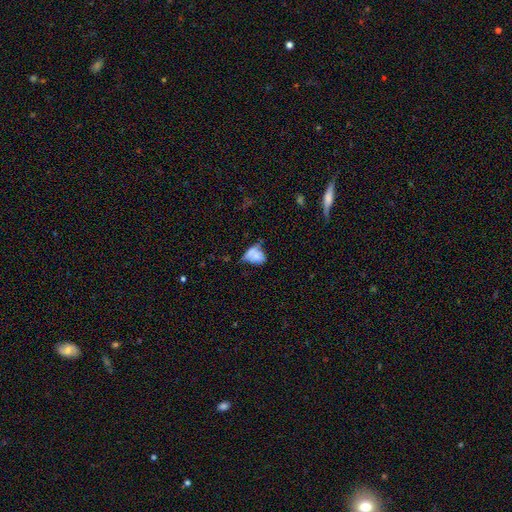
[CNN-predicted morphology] smooth_or_featured: smooth (p=0.67) [alt: featured or disk p=0.21]
how_rounded: in between (p=0.77) [alt: round p=0.20]
merging: minor disturbance (p=0.32) [alt: none p=0.30]